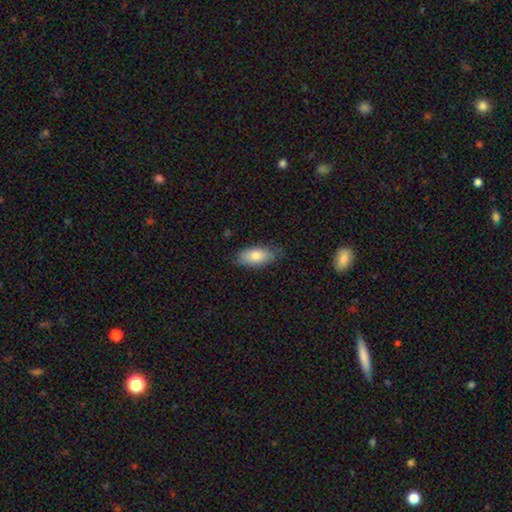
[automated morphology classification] This is clearly a smooth galaxy (80%). How rounded: clearly in between (87%). Merging: likely none (78%).